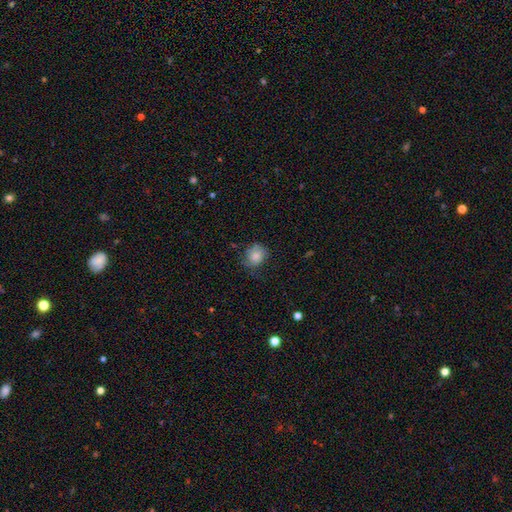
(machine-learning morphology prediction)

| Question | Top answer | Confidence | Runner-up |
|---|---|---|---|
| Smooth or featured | smooth | 79% | featured or disk (13%) |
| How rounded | round | 69% | in between (30%) |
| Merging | none | 64% | minor disturbance (26%) |